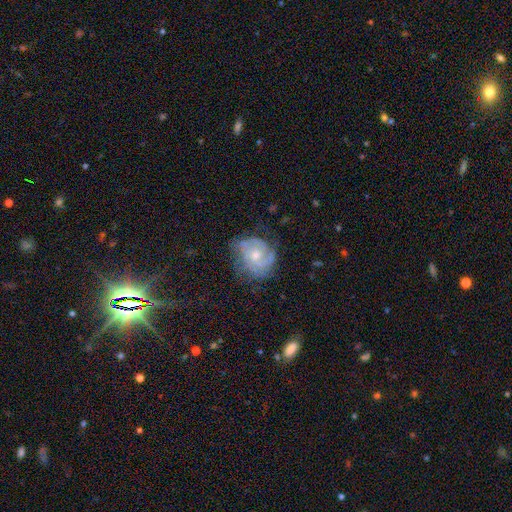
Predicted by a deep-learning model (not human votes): Morphology: type=featured or disk (79%); edge-on=no (98%); bar=no (71%); spiral arms=yes (93%); winding=tight (58%); arm count=2 (40%); bulge=moderate (58%); merging=none (63%).